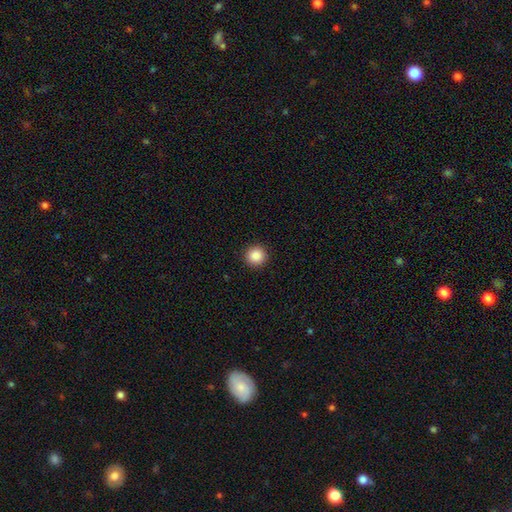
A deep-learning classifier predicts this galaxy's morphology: Smooth or featured? Predicted: smooth (p=0.88). How rounded? Predicted: round (p=0.94). Merging? Predicted: none (p=0.93).